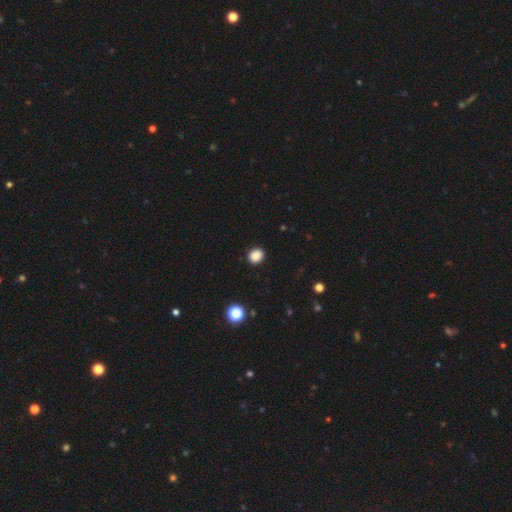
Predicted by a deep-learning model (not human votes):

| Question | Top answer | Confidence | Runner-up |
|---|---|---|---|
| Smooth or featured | smooth | 86% | star or artifact (11%) |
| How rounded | round | 71% | in between (28%) |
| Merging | none | 90% | minor disturbance (7%) |